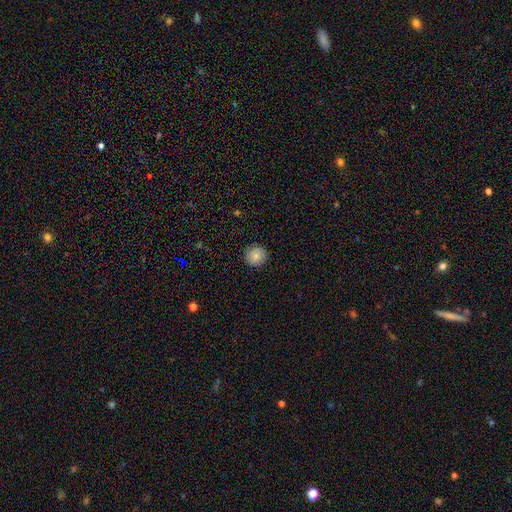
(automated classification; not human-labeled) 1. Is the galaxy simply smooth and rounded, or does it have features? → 78% smooth, 13% featured or disk, 8% star or artifact.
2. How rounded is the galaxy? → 94% round, 5% in between, 1% cigar-shaped.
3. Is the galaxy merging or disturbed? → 88% none, 9% minor disturbance, 2% major disturbance, 1% merger.